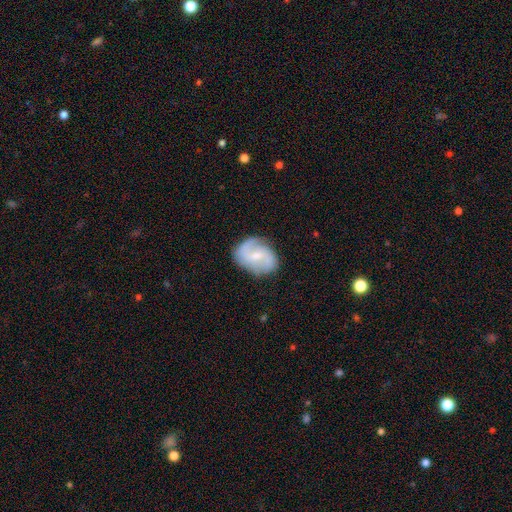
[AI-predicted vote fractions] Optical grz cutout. It shows a featured or disk galaxy (71%) with a weak bar (54%), 2 (80%) medium (45%) spiral arms (90%) and a small central bulge (54%). Merging: none (72%).